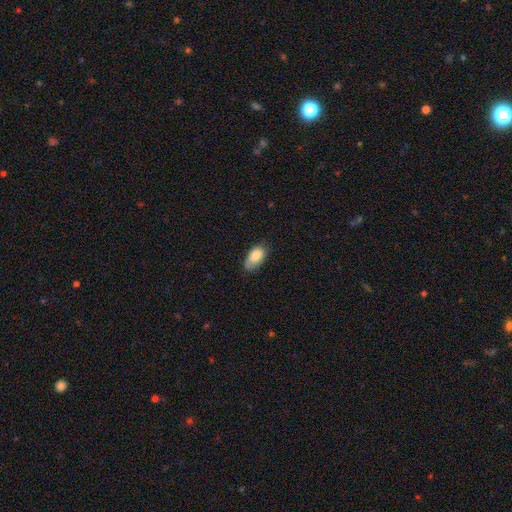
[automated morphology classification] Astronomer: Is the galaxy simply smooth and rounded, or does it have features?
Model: smooth — 82%.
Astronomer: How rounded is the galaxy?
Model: in between — 93%.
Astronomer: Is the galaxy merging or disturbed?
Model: none — 59%.